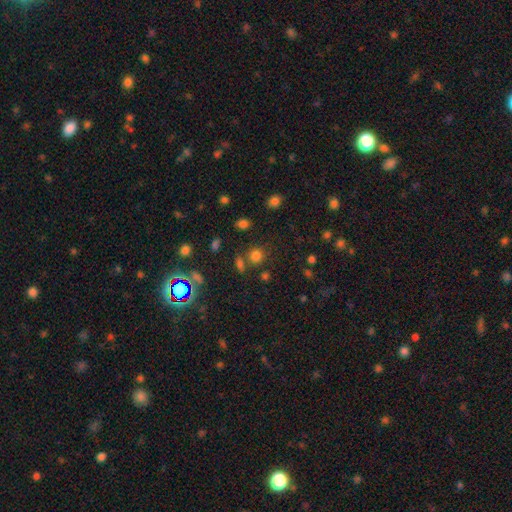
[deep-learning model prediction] This appears to be a smooth galaxy with no disk features (72%) that is round (84%). Merging: none (71%).